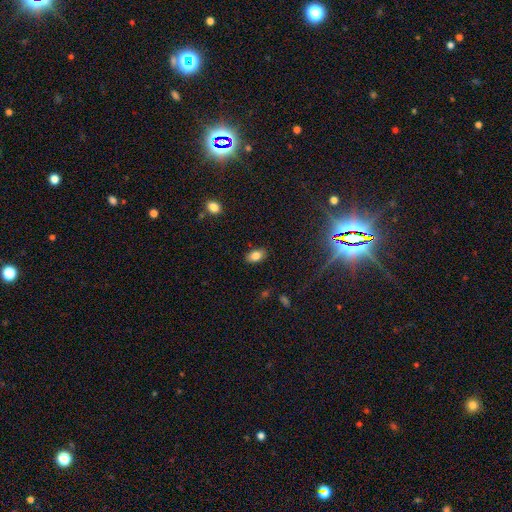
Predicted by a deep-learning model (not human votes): Smooth or featured? smooth (81%)
How rounded? in between (89%)
Merging? none (85%)